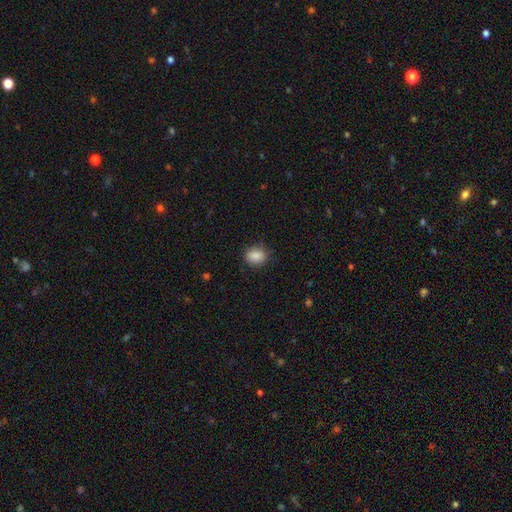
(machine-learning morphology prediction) Overall: smooth (88%). How rounded: in between (51%; round 48%). Merging: none (83%).